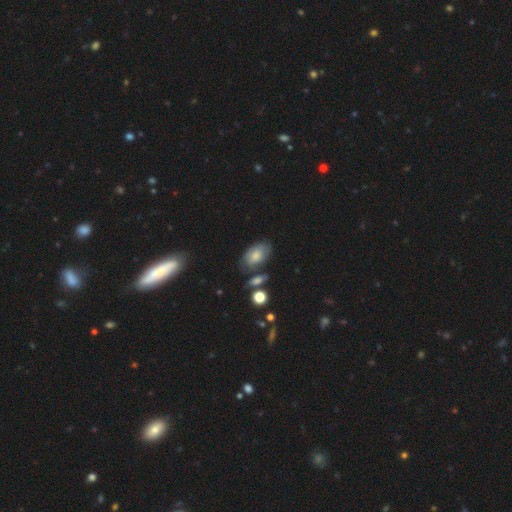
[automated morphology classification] Overall: smooth (65%; featured or disk 26%). How rounded: in between (90%). Merging: none (57%; minor disturbance 24%).